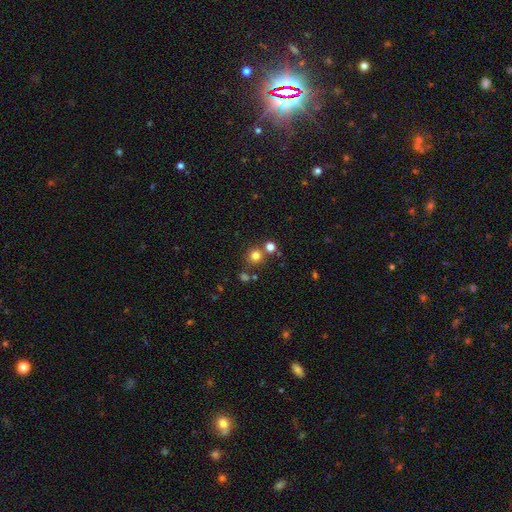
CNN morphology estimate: This is likely a smooth galaxy (77%). How rounded: clearly round (92%). Merging: likely none (73%).